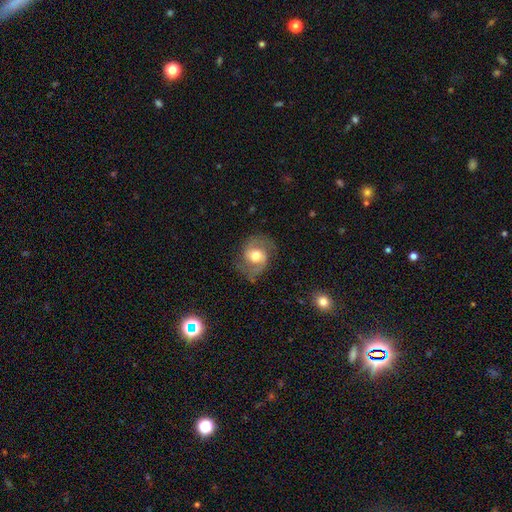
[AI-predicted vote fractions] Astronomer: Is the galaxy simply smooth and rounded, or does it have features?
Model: featured or disk — 74%.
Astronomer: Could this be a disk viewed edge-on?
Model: no — 97%.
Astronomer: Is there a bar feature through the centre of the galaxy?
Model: no — 56% (runner-up: weak, 35%).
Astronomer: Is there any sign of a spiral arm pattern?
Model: yes — 91%.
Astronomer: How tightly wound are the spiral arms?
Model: medium — 54%.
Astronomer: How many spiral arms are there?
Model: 2 — 90%.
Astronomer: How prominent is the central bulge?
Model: moderate — 66%.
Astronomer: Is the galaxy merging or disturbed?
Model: none — 72%.